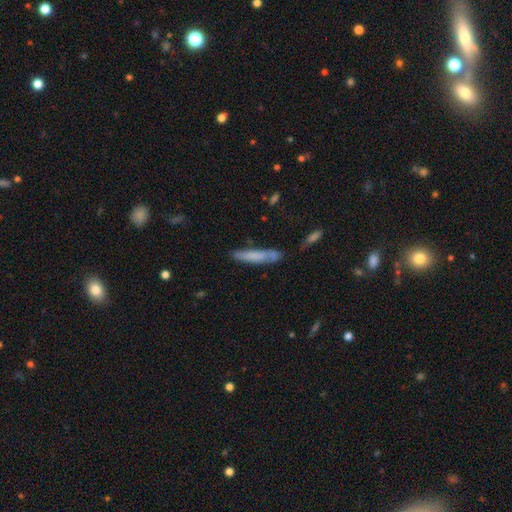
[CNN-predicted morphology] smooth-or-featured: smooth: 64% | featured or disk: 28% | star or artifact: 8%
  how-rounded: cigar-shaped: 85% | in between: 14% | round: 2%
  merging: none: 59% | minor disturbance: 23% | merger: 10% | major disturbance: 8%